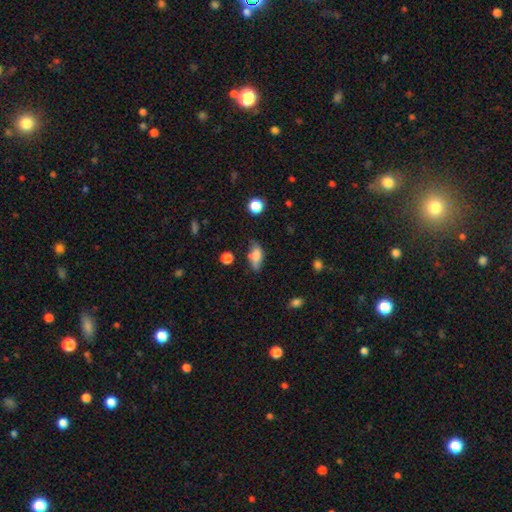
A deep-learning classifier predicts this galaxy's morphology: A smooth galaxy with no disk features (76%) that is in between round and cigar-shaped (85%). Merging: none (51%).